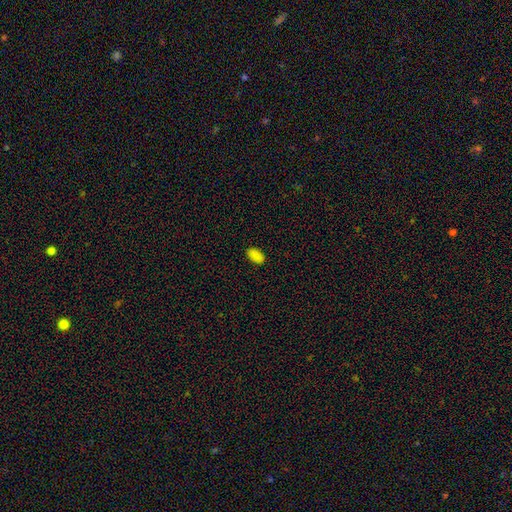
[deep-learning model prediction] smooth_or_featured: smooth (p=0.87) [alt: star or artifact p=0.10]
how_rounded: in between (p=0.94) [alt: round p=0.04]
merging: none (p=0.89) [alt: minor disturbance p=0.08]